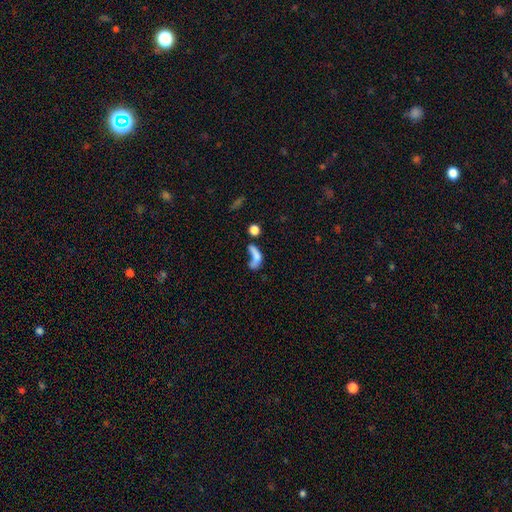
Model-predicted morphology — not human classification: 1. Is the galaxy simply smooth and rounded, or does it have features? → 56% smooth, 30% featured or disk, 14% star or artifact.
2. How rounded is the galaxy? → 60% in between, 29% cigar-shaped, 11% round.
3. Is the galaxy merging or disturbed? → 34% major disturbance (tied), 34% merger (tied), 21% none, 12% minor disturbance.